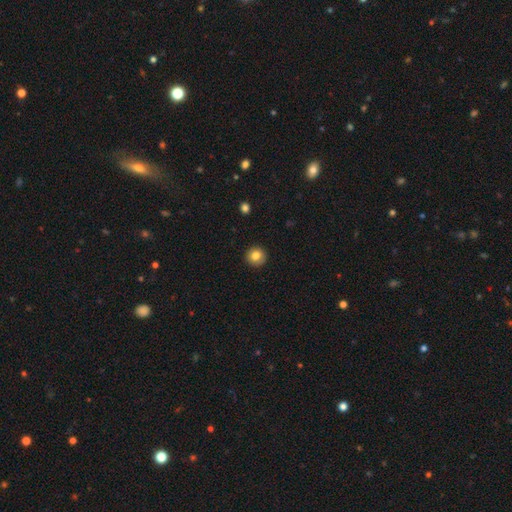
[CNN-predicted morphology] The model was most divided on "smooth or featured": smooth: 82%, star or artifact: 9%, featured or disk: 9%. More confident: how rounded — round (94%); merging — none (92%).